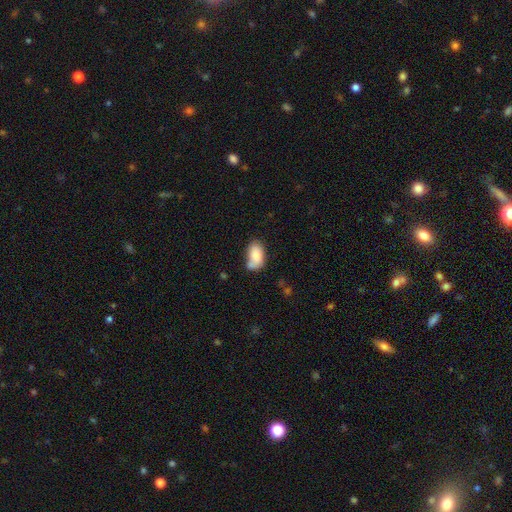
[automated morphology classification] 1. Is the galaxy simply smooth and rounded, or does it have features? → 82% smooth, 11% featured or disk, 7% star or artifact.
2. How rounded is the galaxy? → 92% in between, 6% round, 2% cigar-shaped.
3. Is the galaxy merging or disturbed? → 48% none, 24% minor disturbance, 20% merger, 8% major disturbance.